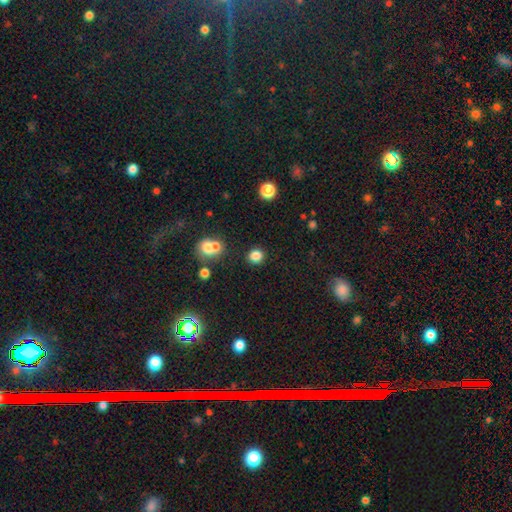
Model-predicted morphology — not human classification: Overall: smooth (82%). How rounded: round (87%). Merging: none (85%).